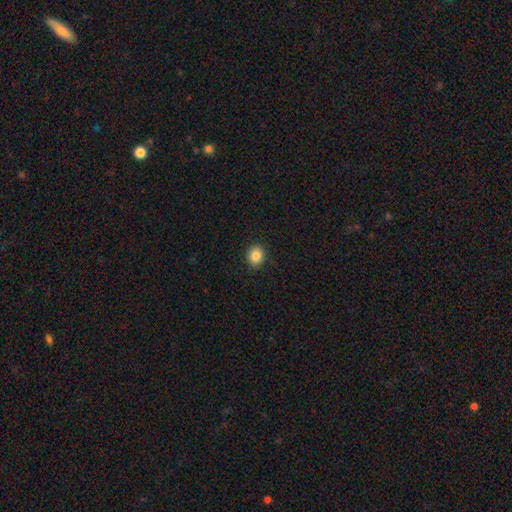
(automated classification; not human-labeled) smooth-or-featured: smooth: 86% | star or artifact: 10% | featured or disk: 4%
  how-rounded: round: 66% | in between: 33% | cigar-shaped: 1%
  merging: none: 90% | minor disturbance: 7% | major disturbance: 2% | merger: 1%